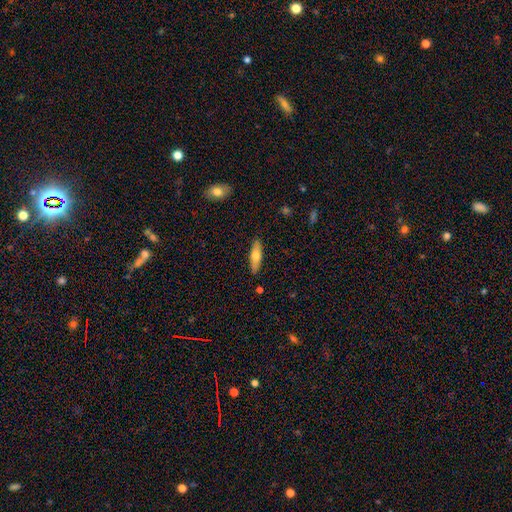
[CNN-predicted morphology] Overall: smooth (59%; featured or disk 35%). How rounded: cigar-shaped (57%; in between 41%). Merging: none (88%).